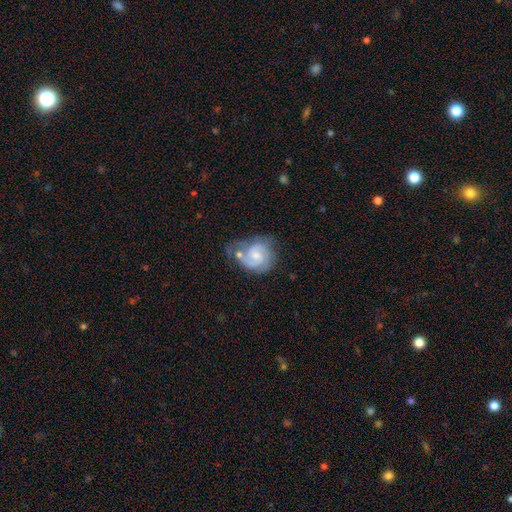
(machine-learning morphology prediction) featured or disk 77%, smooth 17%, star or artifact 6%. Down the decision tree: edge-on disk — no (98%); bar — no (53%); spiral arms — yes (94%); spiral arm count — 2 (66%); spiral winding — medium (44%); bulge size — small (49%); merging — none (41%).